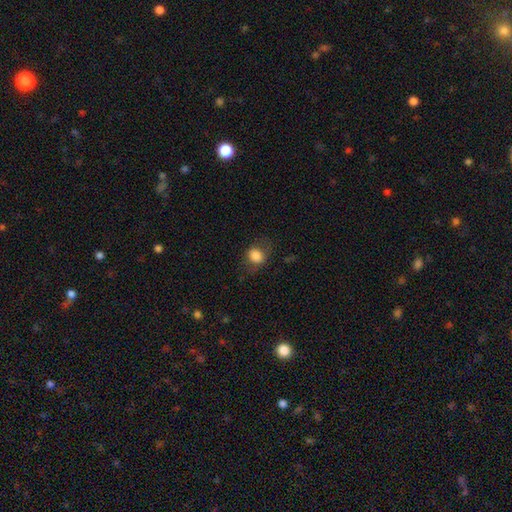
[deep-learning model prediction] This appears to be a smooth galaxy with no disk features (81%) that is round (56%). Merging: none (67%).